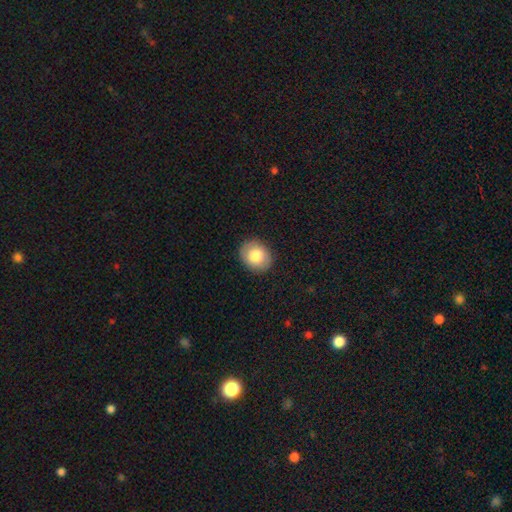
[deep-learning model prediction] Overall: smooth (79%). How rounded: round (59%; in between 40%). Merging: none (89%).